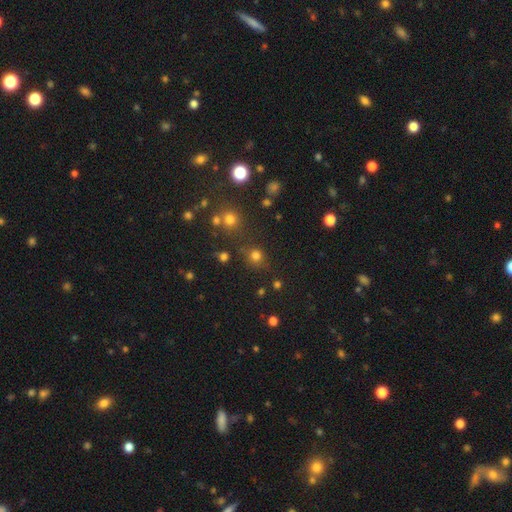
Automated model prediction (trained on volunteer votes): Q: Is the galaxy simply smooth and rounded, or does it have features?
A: smooth — 74%.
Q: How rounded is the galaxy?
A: round — 88%.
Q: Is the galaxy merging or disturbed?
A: none — 75%.